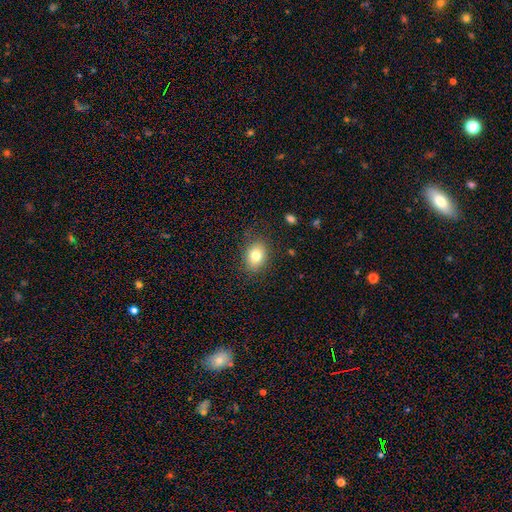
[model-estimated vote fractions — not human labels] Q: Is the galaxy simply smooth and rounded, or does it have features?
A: smooth — 79%.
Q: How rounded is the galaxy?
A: in between — 60%.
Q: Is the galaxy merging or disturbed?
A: none — 83%.